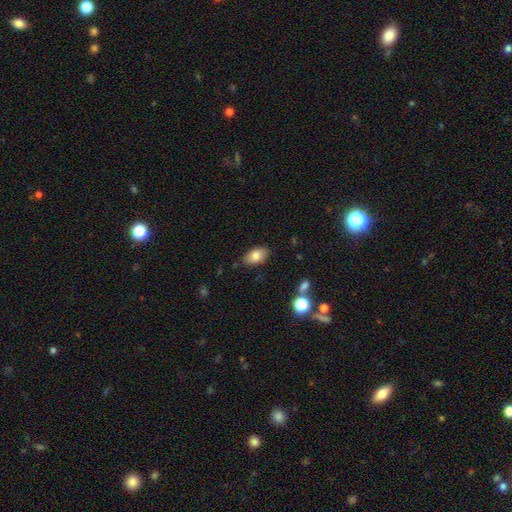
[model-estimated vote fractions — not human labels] smooth 80%, featured or disk 11%, star or artifact 8%. Down the decision tree: how rounded — in between (92%); merging — none (84%).